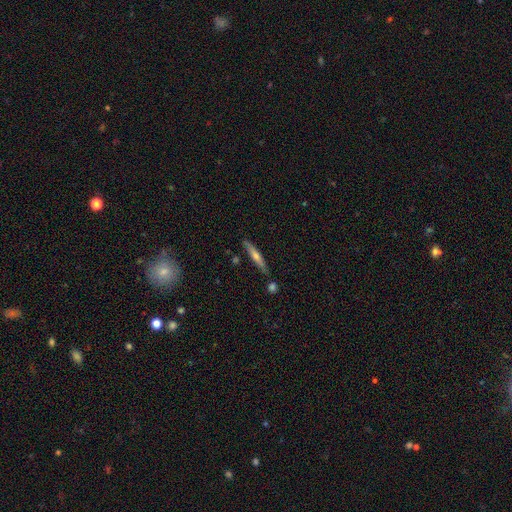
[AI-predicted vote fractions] smooth-or-featured: featured or disk: 61% | smooth: 32% | star or artifact: 7%
  disk-edge-on: yes: 95% | no: 5%
    edge-on-bulge: rounded: 82% | none: 13% | boxy: 5%
  merging: none: 85% | minor disturbance: 9% | merger: 4% | major disturbance: 2%